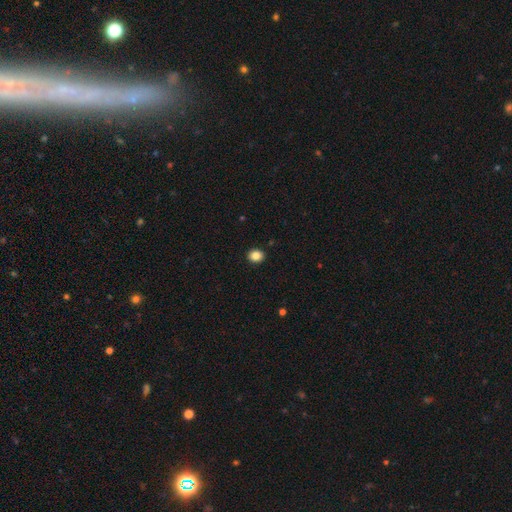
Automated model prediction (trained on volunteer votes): This appears to be a smooth galaxy with no disk features (85%) that is round (63%). Merging: none (92%).